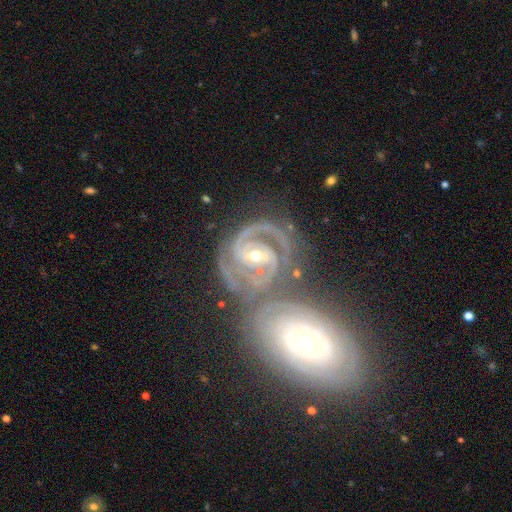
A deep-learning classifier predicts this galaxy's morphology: smooth-or-featured: featured or disk: 92% | star or artifact: 4% | smooth: 4%
  disk-edge-on: no: 97% | yes: 3%
    bar: weak: 35% (tied) | strong: 35% (tied) | no: 29%
    has-spiral-arms: yes: 98% | no: 2%
      spiral-winding: tight: 63% | medium: 33% | loose: 4%
      spiral-arm-count: 2: 70% | 3: 15% | can't tell: 7% | 1: 4% | 4: 3% | more than 4: 3%
    bulge-size: small: 52% | moderate: 44% | large: 2% | none: 1% | dominant: 1%
  merging: merger: 50% | none: 32% | minor disturbance: 11% | major disturbance: 7%